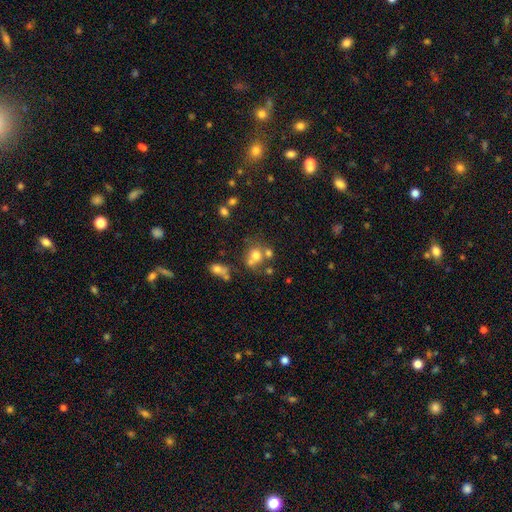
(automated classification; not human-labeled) A smooth galaxy with no disk features (67%) that is round (73%). Merging: none (42%).